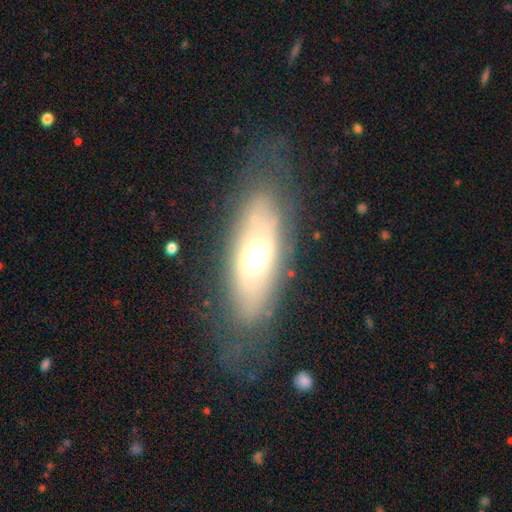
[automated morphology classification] This is possibly a featured or disk galaxy (57%). It is likely not viewed edge-on (75%). Merging: likely none (67%).